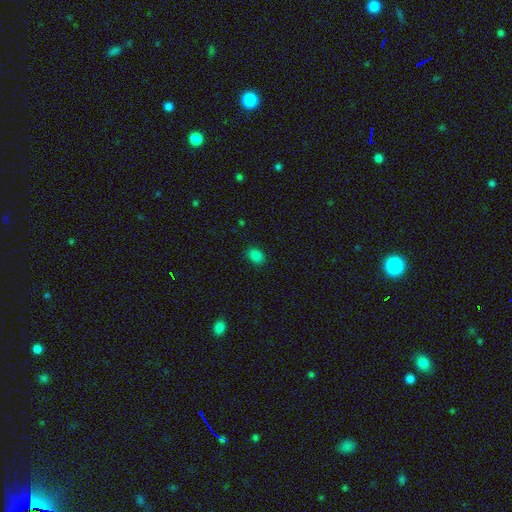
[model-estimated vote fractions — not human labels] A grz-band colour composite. It shows a smooth galaxy with no disk features (84%) that is in between round and cigar-shaped (77%). Merging: none (86%).